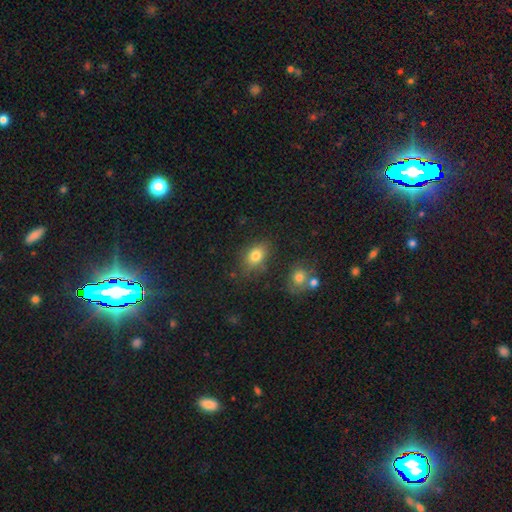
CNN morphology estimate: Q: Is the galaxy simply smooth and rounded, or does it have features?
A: smooth — 79%.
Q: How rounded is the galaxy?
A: in between — 77%.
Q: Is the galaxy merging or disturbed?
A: none — 73%.